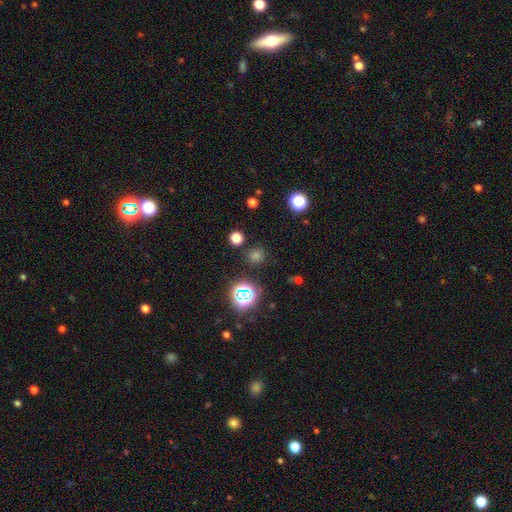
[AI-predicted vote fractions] smooth-or-featured: smooth: 58% | star or artifact: 36% | featured or disk: 6%
  how-rounded: round: 91% | in between: 8% | cigar-shaped: 1%
  merging: none: 87% | minor disturbance: 7% | merger: 3% | major disturbance: 3%